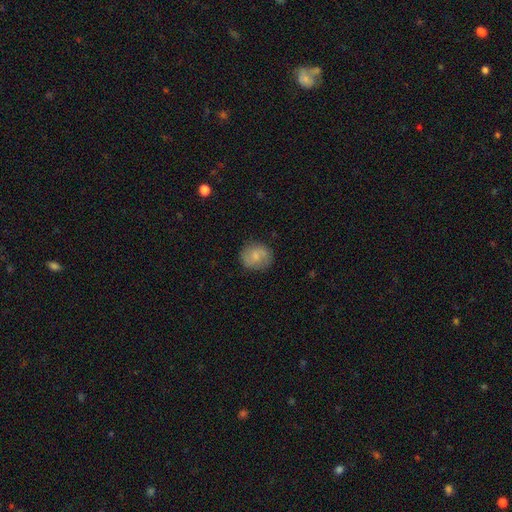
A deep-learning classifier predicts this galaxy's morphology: smooth-or-featured: smooth: 58% | featured or disk: 34% | star or artifact: 8%
  how-rounded: round: 77% | in between: 22% | cigar-shaped: 1%
  merging: none: 80% | minor disturbance: 14% | major disturbance: 4% | merger: 1%